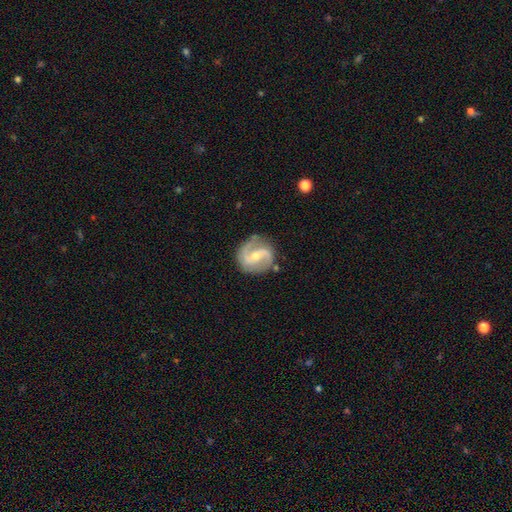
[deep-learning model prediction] smooth-or-featured: featured or disk: 89% | smooth: 7% | star or artifact: 4%
  disk-edge-on: no: 98% | yes: 2%
    bar: weak: 43% | no: 33% | strong: 24%
    has-spiral-arms: yes: 97% | no: 3%
      spiral-winding: medium: 55% | loose: 25% | tight: 20%
      spiral-arm-count: 2: 92% | can't tell: 3% | 1: 2% | 3: 2% | 4: 1% | more than 4: 1%
    bulge-size: small: 53% | moderate: 43% | none: 1% | large: 1% | dominant: 1%
  merging: none: 80% | minor disturbance: 14% | major disturbance: 4% | merger: 2%